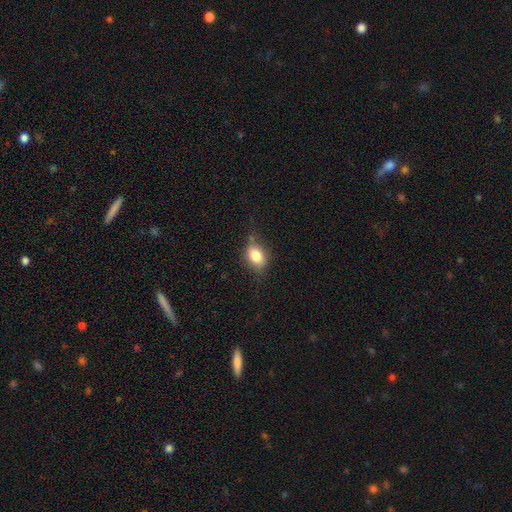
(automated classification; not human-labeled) Smooth or featured? Predicted: smooth (p=0.81). How rounded? Predicted: in between (p=0.75). Merging? Predicted: none (p=0.65).